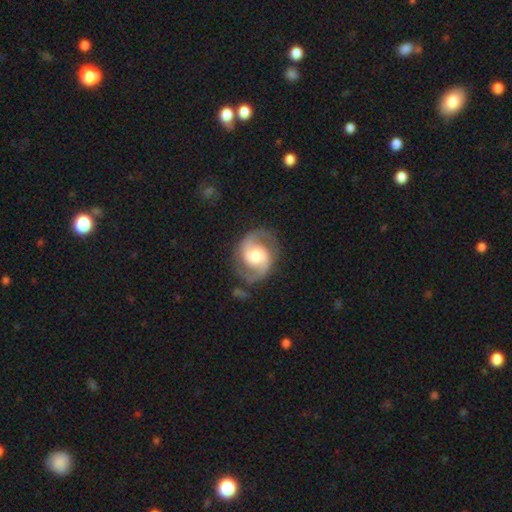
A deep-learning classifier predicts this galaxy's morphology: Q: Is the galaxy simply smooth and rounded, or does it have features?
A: featured or disk — 88%.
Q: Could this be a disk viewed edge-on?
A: no — 98%.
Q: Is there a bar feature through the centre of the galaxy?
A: no — 51%.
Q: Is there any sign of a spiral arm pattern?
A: yes — 97%.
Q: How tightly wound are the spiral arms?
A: medium — 58%.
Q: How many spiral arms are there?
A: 2 — 93%.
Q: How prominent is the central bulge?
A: moderate — 56%.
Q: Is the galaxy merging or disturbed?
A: none — 80%.